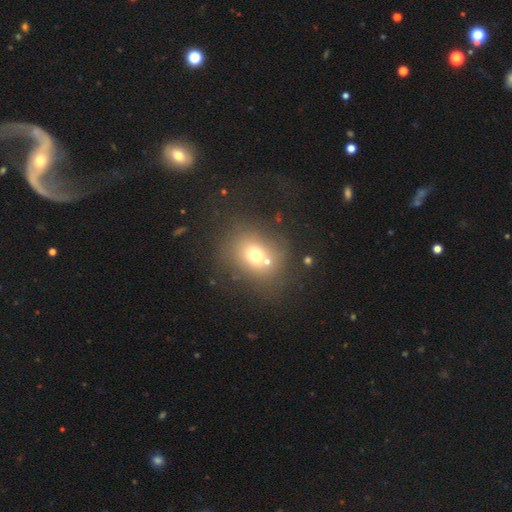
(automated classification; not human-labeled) smooth-or-featured: smooth: 67% | star or artifact: 17% | featured or disk: 16%
  how-rounded: round: 61% | in between: 38% | cigar-shaped: 1%
  merging: none: 62% | merger: 18% | minor disturbance: 13% | major disturbance: 7%